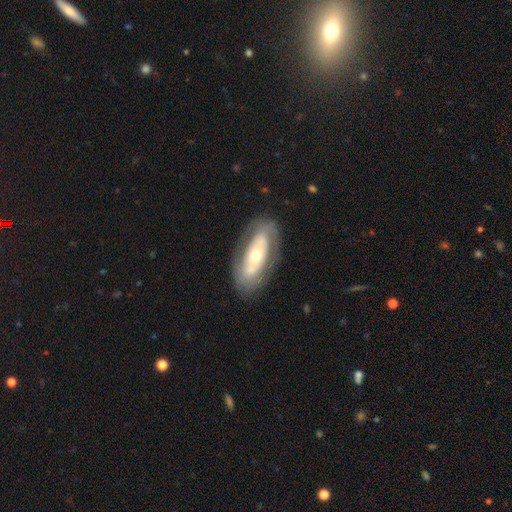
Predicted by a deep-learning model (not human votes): A featured or disk galaxy (60%) with no bar (78%), no spiral arms (68%) and a moderate central bulge (55%).

Vote fractions:
- Smooth or featured? featured or disk: 60% / smooth: 34% / star or artifact: 6%
- Edge-on disk? no: 86% / yes: 14%
- Bar? no: 78% / weak: 12% / strong: 10%
- Spiral arms? no: 68% / yes: 32%
- Bulge size? moderate: 55% / small: 36% / large: 6% / dominant: 1% / none: 1%
- Merging? none: 76% / minor disturbance: 15% / major disturbance: 7% / merger: 2%